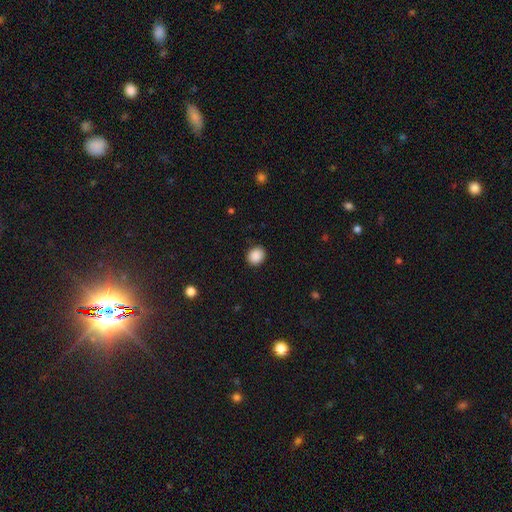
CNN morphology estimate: A smooth galaxy with no disk features (89%) that is round (67%).

Vote fractions:
- Smooth or featured? smooth: 89% / star or artifact: 8% / featured or disk: 3%
- How rounded? round: 67% / in between: 32% / cigar-shaped: 1%
- Merging? none: 90% / minor disturbance: 7% / major disturbance: 2% / merger: 1%